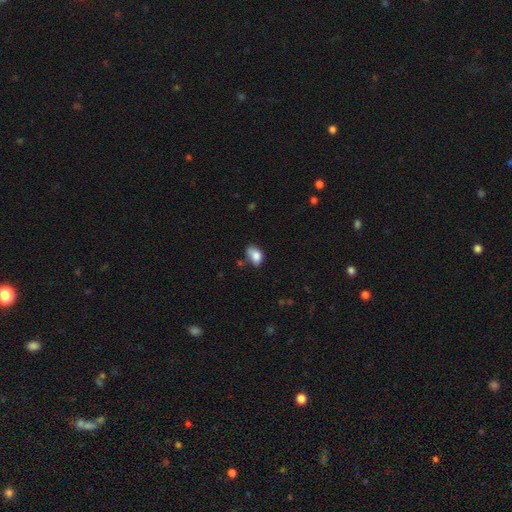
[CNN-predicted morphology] This appears to be a smooth galaxy with no disk features (82%) that is in between round and cigar-shaped (84%). Merging: none (48%).